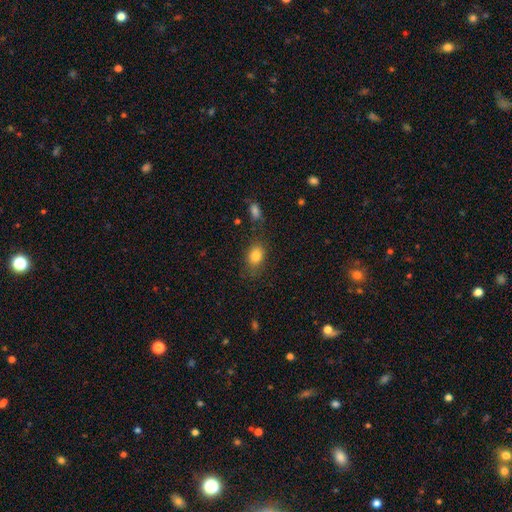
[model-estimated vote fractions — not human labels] A smooth galaxy with no disk features (83%) that is in between round and cigar-shaped (74%). Merging: none (76%).